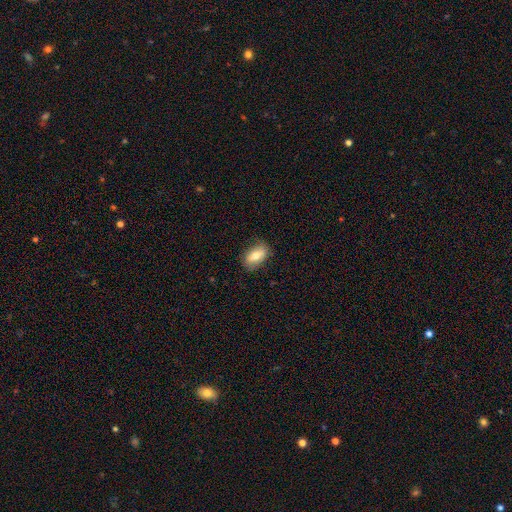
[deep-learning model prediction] smooth-or-featured: smooth: 73% | featured or disk: 20% | star or artifact: 7%
  how-rounded: in between: 88% | round: 8% | cigar-shaped: 4%
  merging: none: 80% | minor disturbance: 16% | major disturbance: 3% | merger: 1%